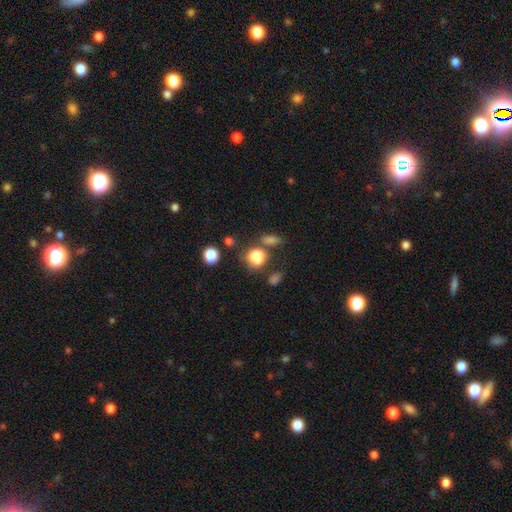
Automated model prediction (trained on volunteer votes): Morphology: type=smooth (78%); roundness=round (65%); merging=none (44%).